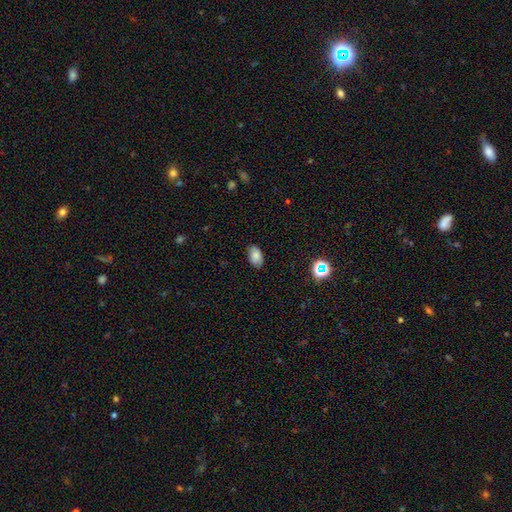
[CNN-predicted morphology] smooth_or_featured: smooth (p=0.83) [alt: star or artifact p=0.10]
how_rounded: in between (p=0.92) [alt: round p=0.07]
merging: none (p=0.82) [alt: minor disturbance p=0.14]